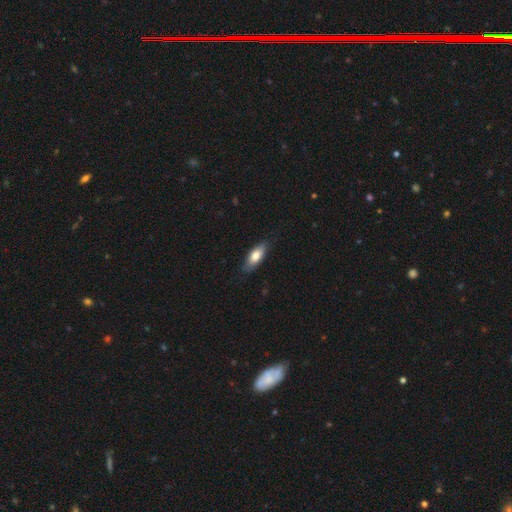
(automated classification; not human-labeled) Q: Smooth or featured?
A: smooth (72%); runner-up: featured or disk (22%)
Q: How rounded?
A: in between (72%); runner-up: cigar-shaped (26%)
Q: Merging?
A: none (81%); runner-up: minor disturbance (15%)